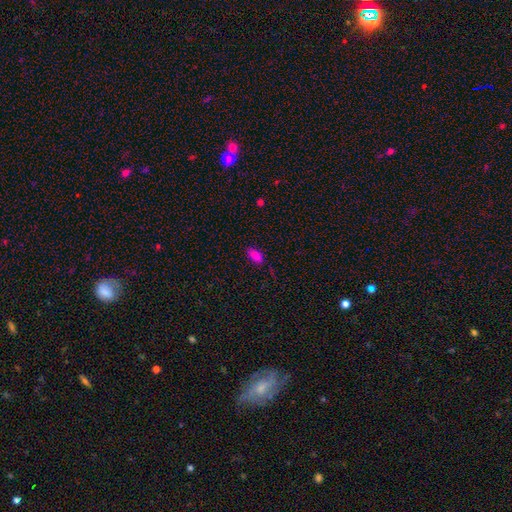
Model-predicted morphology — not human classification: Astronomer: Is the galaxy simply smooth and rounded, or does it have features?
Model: smooth — 83%.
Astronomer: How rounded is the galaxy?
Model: in between — 91%.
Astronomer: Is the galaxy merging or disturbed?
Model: none — 79%.